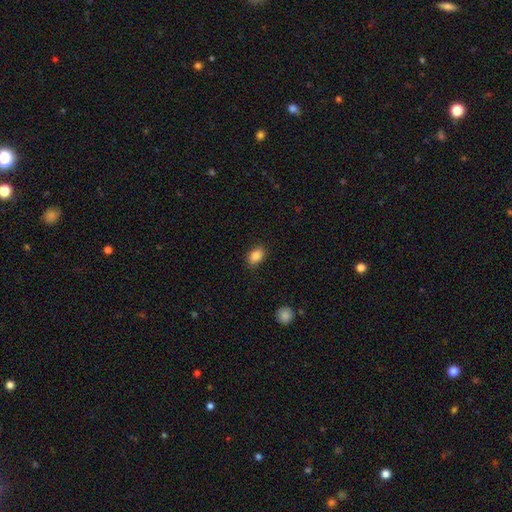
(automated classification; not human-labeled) Morphology: type=smooth (86%); roundness=in between (84%); merging=none (85%).